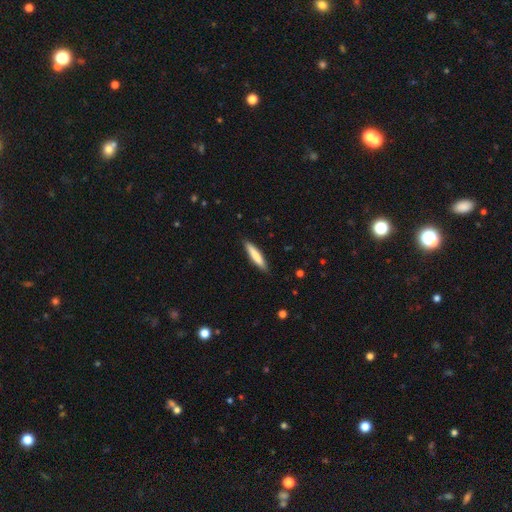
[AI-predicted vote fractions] Smooth or featured? smooth (77%)
How rounded? cigar-shaped (87%)
Merging? none (88%)